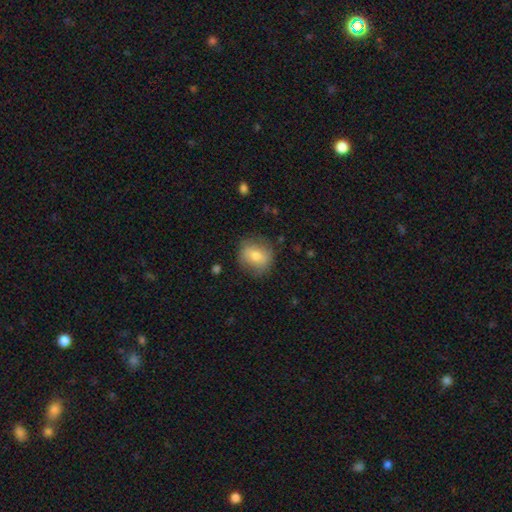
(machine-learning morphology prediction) A smooth galaxy with no disk features (69%) that is round (73%). Merging: none (78%).